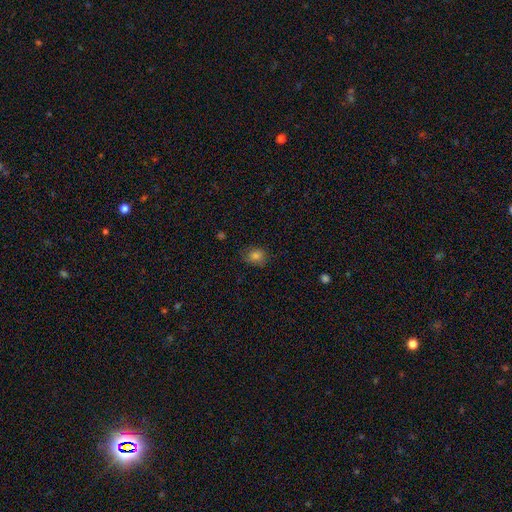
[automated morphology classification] smooth_or_featured: smooth (p=0.80) [alt: star or artifact p=0.13]
how_rounded: round (p=0.55) [alt: in between p=0.44]
merging: none (p=0.76) [alt: minor disturbance p=0.18]